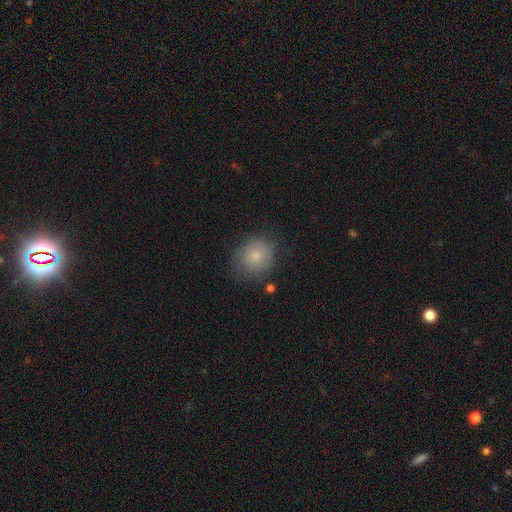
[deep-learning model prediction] smooth-or-featured: smooth: 76% | featured or disk: 15% | star or artifact: 9%
  how-rounded: round: 80% | in between: 19% | cigar-shaped: 1%
  merging: none: 70% | minor disturbance: 21% | major disturbance: 6% | merger: 2%